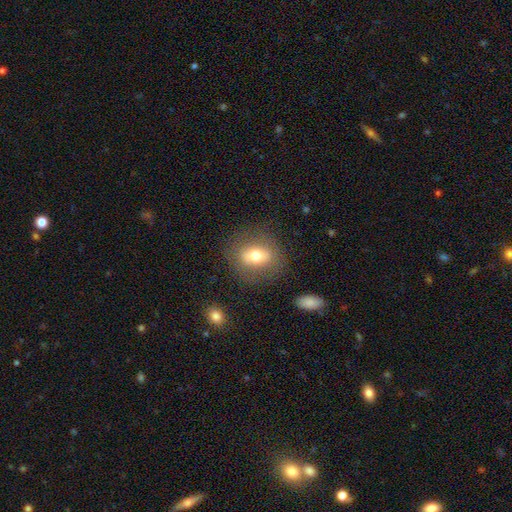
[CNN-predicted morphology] smooth_or_featured: smooth (p=0.62) [alt: featured or disk p=0.29]
how_rounded: in between (p=0.53) [alt: round p=0.44]
merging: none (p=0.81) [alt: minor disturbance p=0.12]